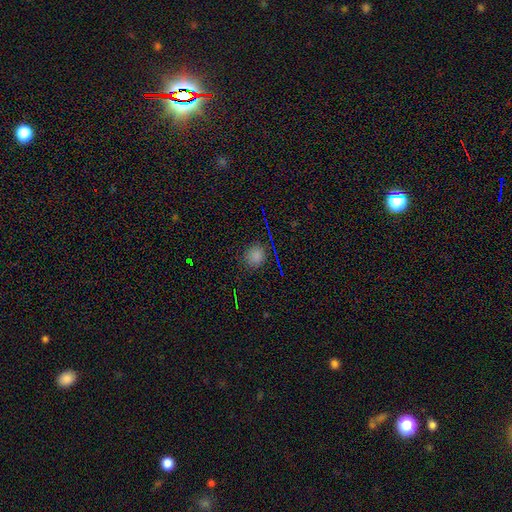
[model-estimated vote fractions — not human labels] smooth-or-featured: smooth: 73% | star or artifact: 22% | featured or disk: 5%
  how-rounded: round: 77% | in between: 22% | cigar-shaped: 1%
  merging: none: 84% | minor disturbance: 11% | major disturbance: 3% | merger: 2%